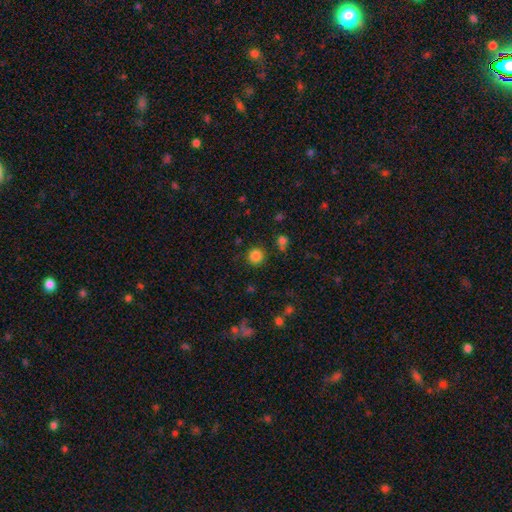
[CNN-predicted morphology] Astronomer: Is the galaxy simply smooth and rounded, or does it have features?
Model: smooth — 83%.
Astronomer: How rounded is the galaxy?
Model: round — 94%.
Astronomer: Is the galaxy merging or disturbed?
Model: none — 87%.